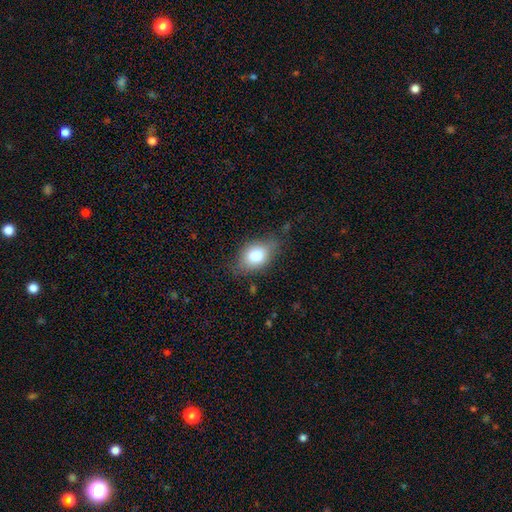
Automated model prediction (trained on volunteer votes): smooth-or-featured: smooth: 75% | featured or disk: 16% | star or artifact: 9%
  how-rounded: in between: 76% | round: 22% | cigar-shaped: 2%
  merging: none: 70% | minor disturbance: 23% | major disturbance: 6% | merger: 1%